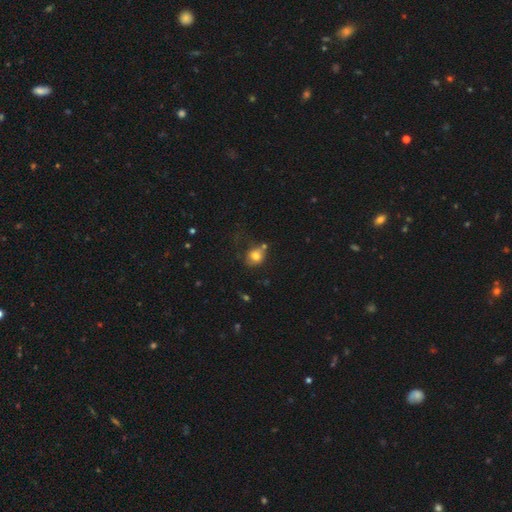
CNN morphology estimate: Overall: smooth (77%). How rounded: round (71%). Merging: none (57%; minor disturbance 21%).